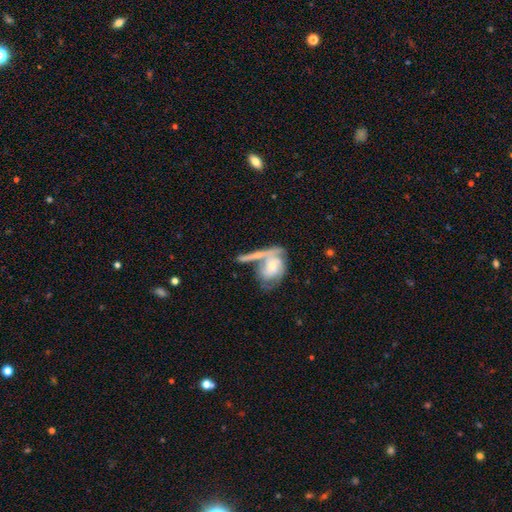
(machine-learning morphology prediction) A featured or disk galaxy (60%).

Vote fractions:
- Smooth or featured? featured or disk: 60% / smooth: 33% / star or artifact: 7%
- Edge-on disk? no: 76% / yes: 24%
- Merging? merger: 42% / none: 36% / minor disturbance: 13% / major disturbance: 9%